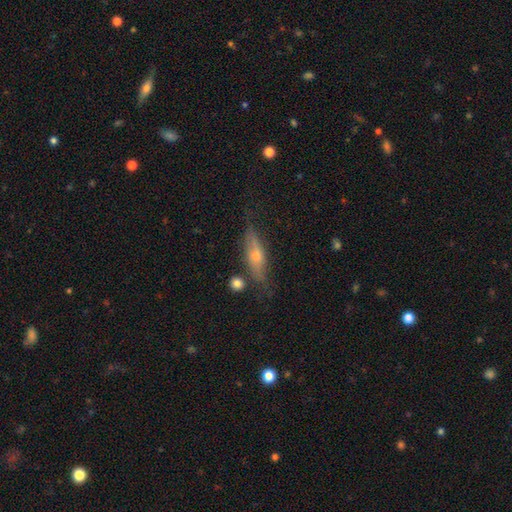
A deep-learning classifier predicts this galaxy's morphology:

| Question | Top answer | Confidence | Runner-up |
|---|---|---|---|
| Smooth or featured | featured or disk | 56% | smooth (36%) |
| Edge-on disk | yes | 83% | no (17%) |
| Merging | none | 72% | minor disturbance (18%) |